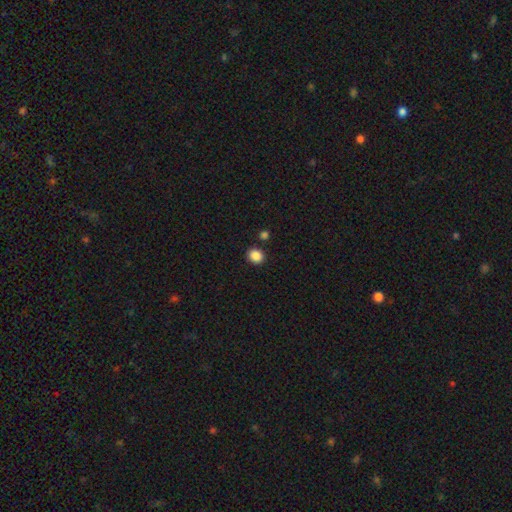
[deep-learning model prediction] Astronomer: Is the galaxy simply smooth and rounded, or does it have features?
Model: smooth — 87%.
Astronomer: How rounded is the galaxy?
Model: round — 67%.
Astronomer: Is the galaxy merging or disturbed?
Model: none — 86%.